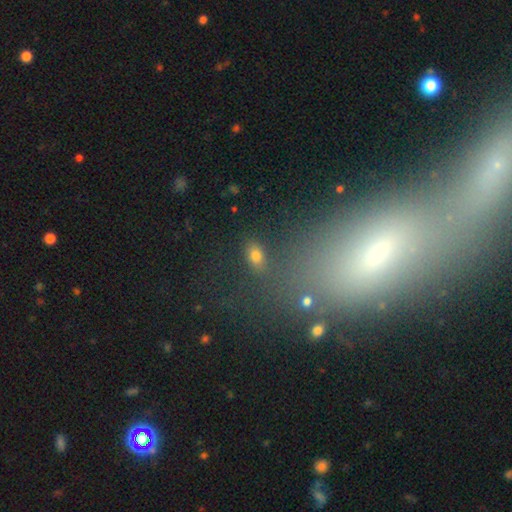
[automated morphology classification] smooth 72%, star or artifact 18%, featured or disk 9%. Down the decision tree: how rounded — in between (82%); merging — none (80%).